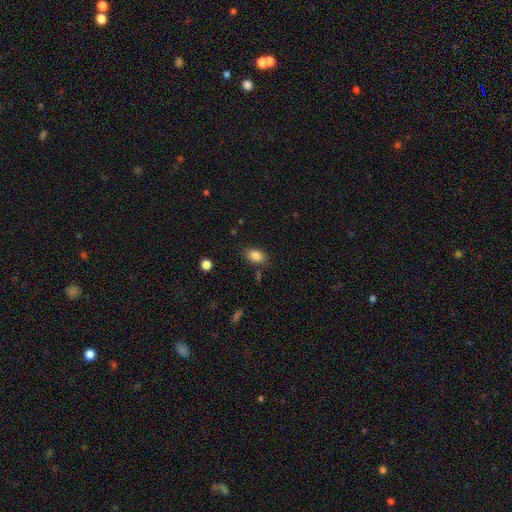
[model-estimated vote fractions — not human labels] Smooth or featured? smooth (85%)
How rounded? in between (86%)
Merging? none (80%)